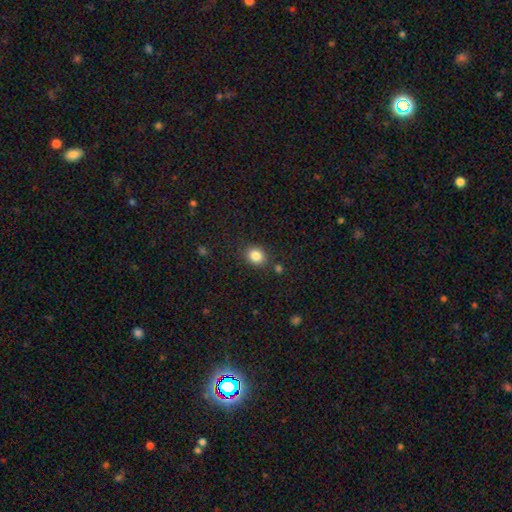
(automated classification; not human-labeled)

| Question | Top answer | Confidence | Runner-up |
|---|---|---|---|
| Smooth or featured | smooth | 84% | star or artifact (11%) |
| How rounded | round | 66% | in between (33%) |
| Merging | none | 84% | minor disturbance (9%) |